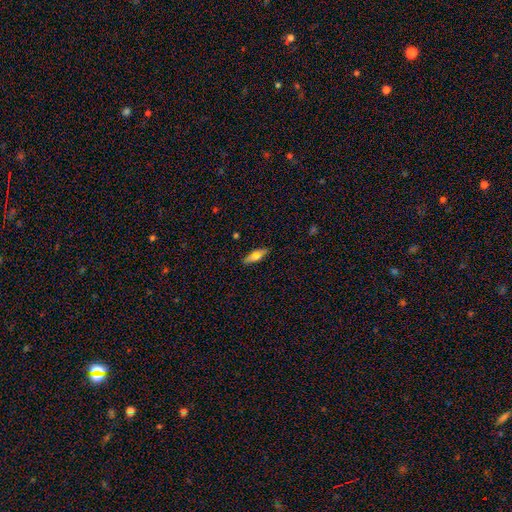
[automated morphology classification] This is possibly a smooth galaxy (55%). How rounded: possibly cigar-shaped (52%). Merging: clearly none (85%).